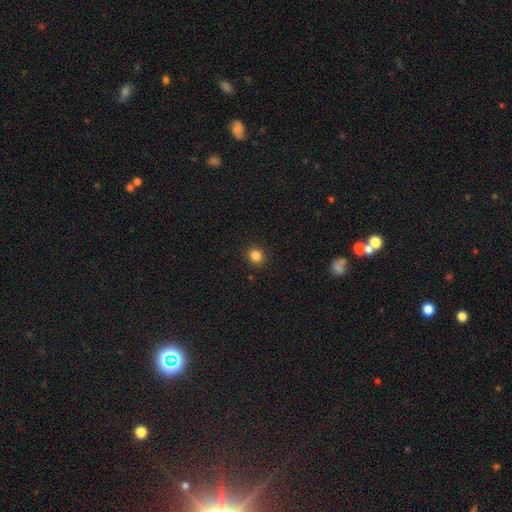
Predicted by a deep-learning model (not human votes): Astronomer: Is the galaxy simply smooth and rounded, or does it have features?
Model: smooth — 84%.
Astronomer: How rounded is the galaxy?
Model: round — 83%.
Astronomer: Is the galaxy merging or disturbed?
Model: none — 91%.